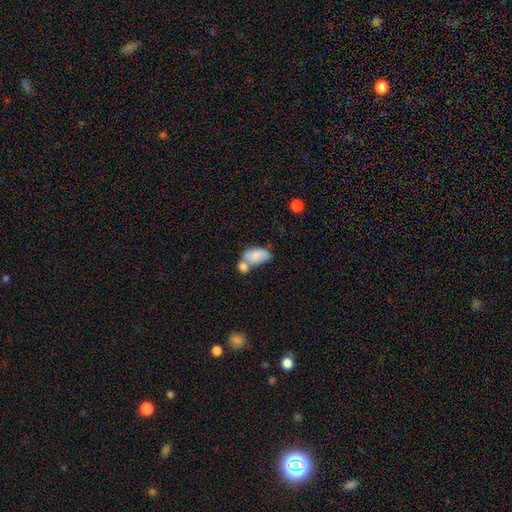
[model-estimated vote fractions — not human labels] This appears to be a smooth galaxy with no disk features (73%) that is in between round and cigar-shaped (92%). Merging: merger (55%).